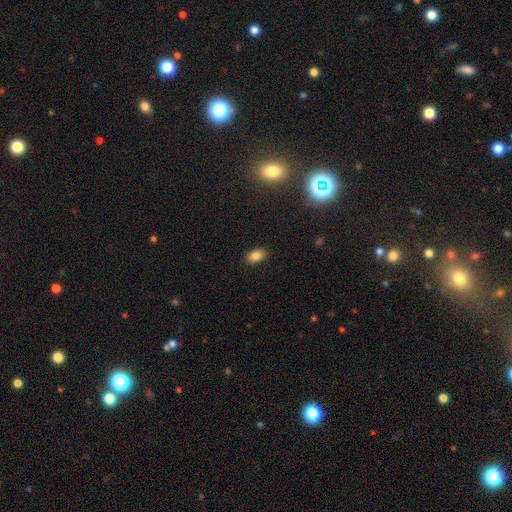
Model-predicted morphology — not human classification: A smooth galaxy with no disk features (84%) that is in between round and cigar-shaped (89%). Merging: none (88%).